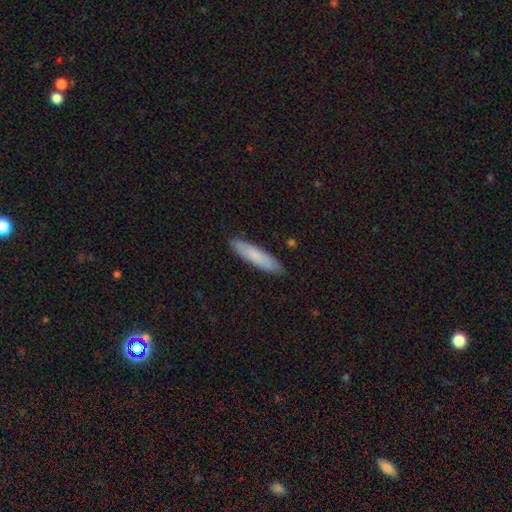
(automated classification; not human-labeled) Smooth or featured: smooth — 80% (featured or disk — 15%)
How rounded: cigar-shaped — 84% (in between — 14%)
Merging: none — 89% (minor disturbance — 8%)